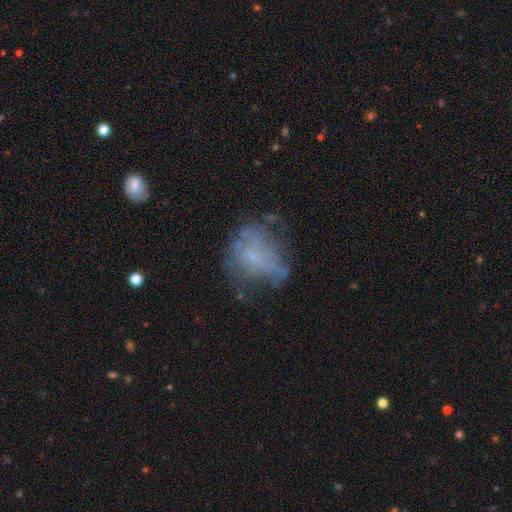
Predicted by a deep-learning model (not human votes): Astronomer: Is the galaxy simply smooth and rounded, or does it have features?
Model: smooth — 42%, tied with featured or disk at 42%.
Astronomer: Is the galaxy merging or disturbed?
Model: none — 38% (runner-up: major disturbance, 31%).